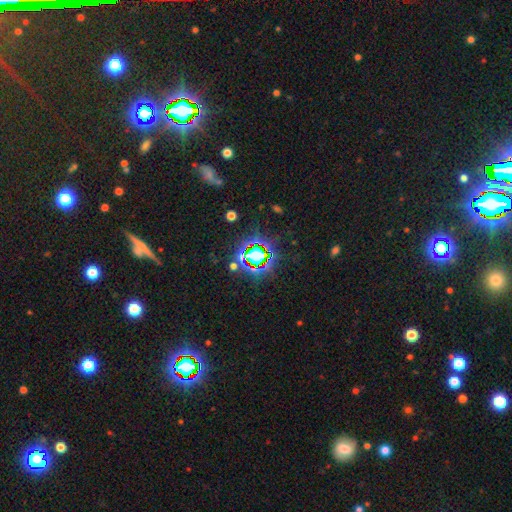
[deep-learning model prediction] The model was most divided on "smooth or featured": star or artifact: 71%, smooth: 17%, featured or disk: 11%.